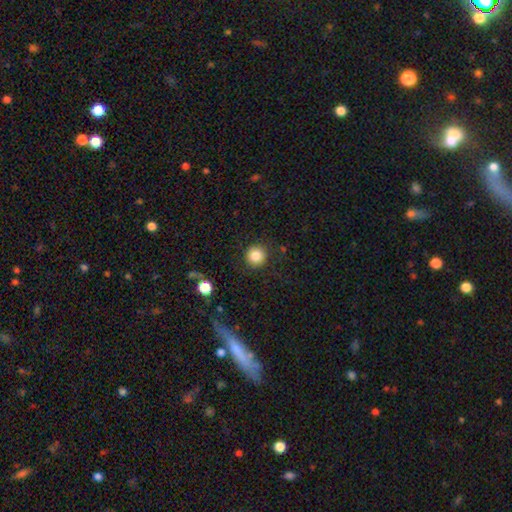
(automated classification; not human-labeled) smooth 85%, star or artifact 10%, featured or disk 5%. Down the decision tree: how rounded — round (94%); merging — none (89%).